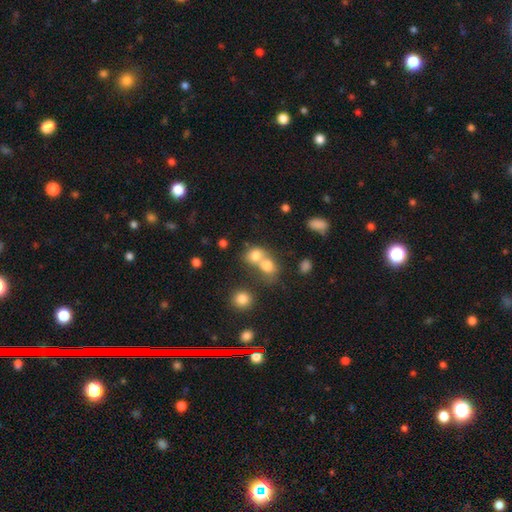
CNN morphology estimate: A smooth galaxy with no disk features (75%) that is round (63%).

Vote fractions:
- Smooth or featured? smooth: 75% / star or artifact: 13% / featured or disk: 12%
- How rounded? round: 63% / in between: 36% / cigar-shaped: 1%
- Merging? merger: 61% / none: 28% / minor disturbance: 7% / major disturbance: 4%